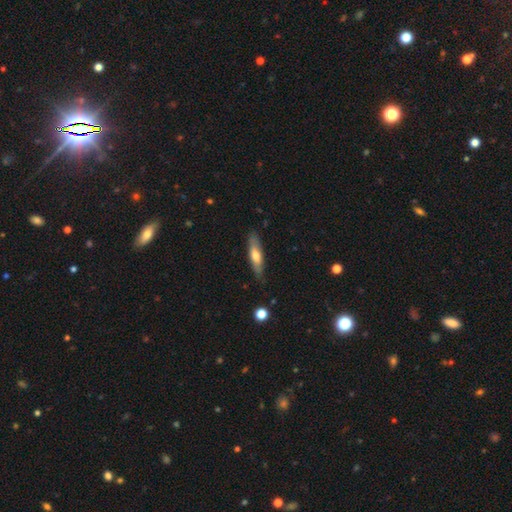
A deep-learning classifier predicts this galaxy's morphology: This appears to be a smooth galaxy with no disk features (56%) that is cigar-shaped (71%). Merging: none (82%).